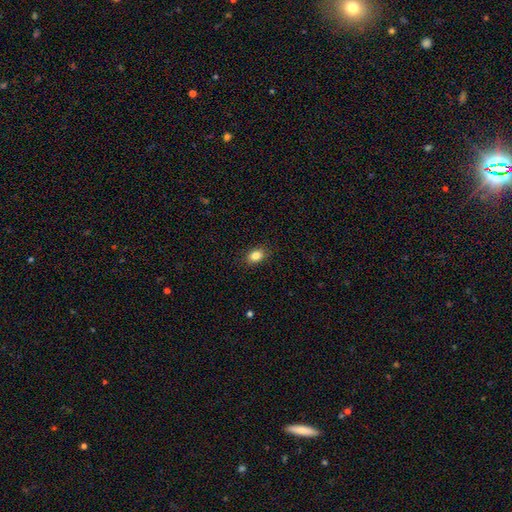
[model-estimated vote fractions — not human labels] smooth-or-featured: smooth: 85% | star or artifact: 9% | featured or disk: 6%
  how-rounded: in between: 77% | round: 21% | cigar-shaped: 1%
  merging: none: 87% | minor disturbance: 9% | major disturbance: 2% | merger: 1%